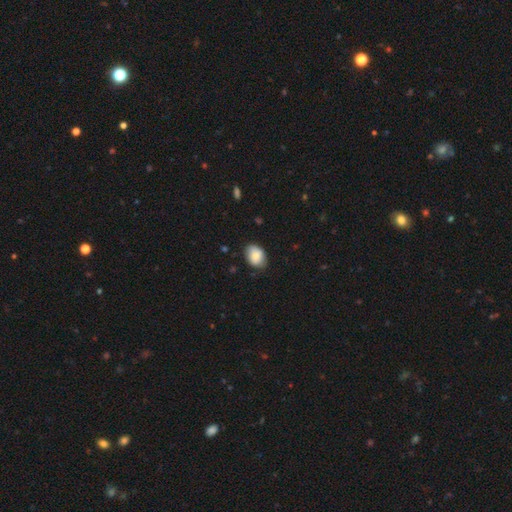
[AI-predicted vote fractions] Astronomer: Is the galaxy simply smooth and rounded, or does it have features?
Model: smooth — 82%.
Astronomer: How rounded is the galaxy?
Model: in between — 74%.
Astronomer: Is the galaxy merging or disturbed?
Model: none — 76%.